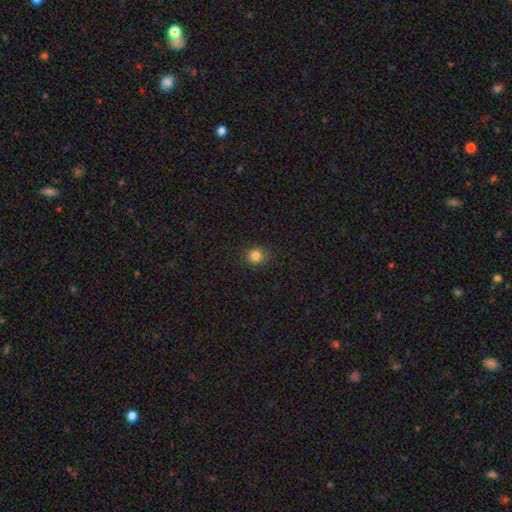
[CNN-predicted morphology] type=smooth (83%); roundness=round (87%); merging=none (88%).